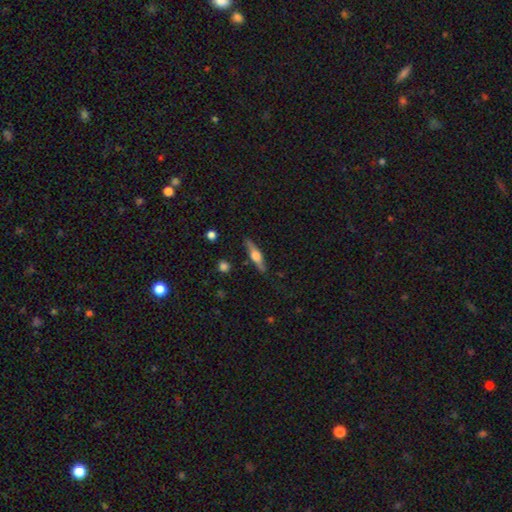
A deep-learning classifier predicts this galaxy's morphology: Q: Smooth or featured?
A: featured or disk (61%); runner-up: smooth (33%)
Q: Edge-on disk?
A: yes (95%); runner-up: no (5%)
Q: Edge-on bulge?
A: rounded (90%); runner-up: boxy (7%)
Q: Merging?
A: none (85%); runner-up: minor disturbance (11%)